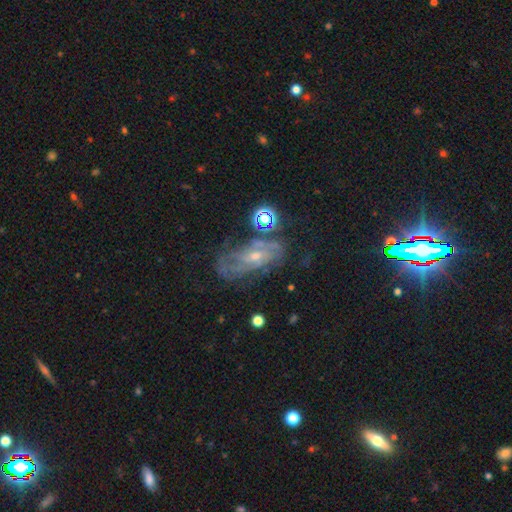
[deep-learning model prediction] Smooth or featured? Predicted: featured or disk (p=0.68). Edge-on disk? Predicted: no (p=0.92). Bar? Predicted: no (p=0.57). Spiral arms? Predicted: yes (p=0.81). Spiral winding? Predicted: tight (p=0.48). Spiral arm count? Predicted: can't tell (p=0.49). Bulge size? Predicted: small (p=0.59). Merging? Predicted: none (p=0.55).